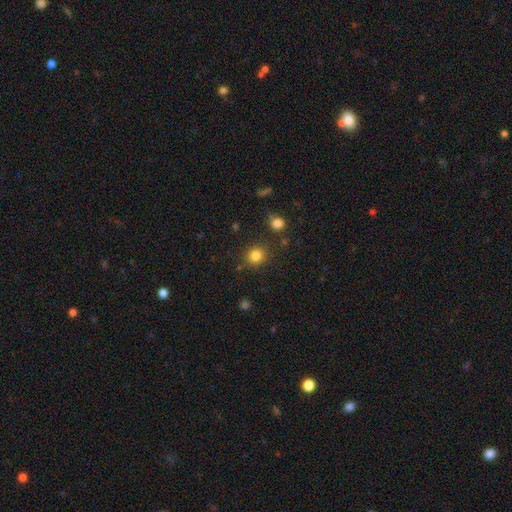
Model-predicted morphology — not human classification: smooth-or-featured: smooth: 82% | star or artifact: 12% | featured or disk: 5%
  how-rounded: round: 82% | in between: 17% | cigar-shaped: 1%
  merging: none: 84% | minor disturbance: 9% | merger: 4% | major disturbance: 3%